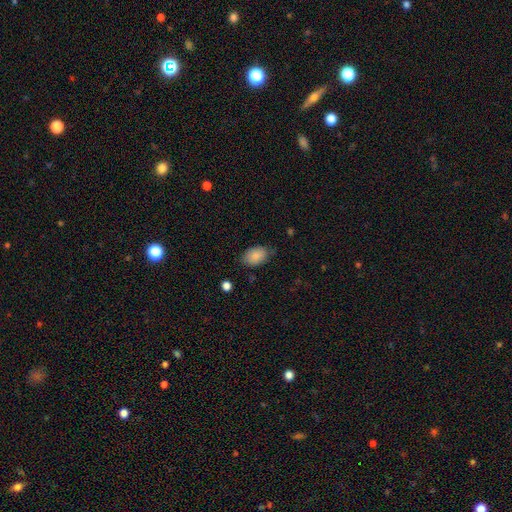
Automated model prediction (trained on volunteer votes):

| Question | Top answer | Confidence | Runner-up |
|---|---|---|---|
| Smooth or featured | smooth | 87% | star or artifact (7%) |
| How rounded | in between | 88% | round (11%) |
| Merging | none | 75% | minor disturbance (20%) |